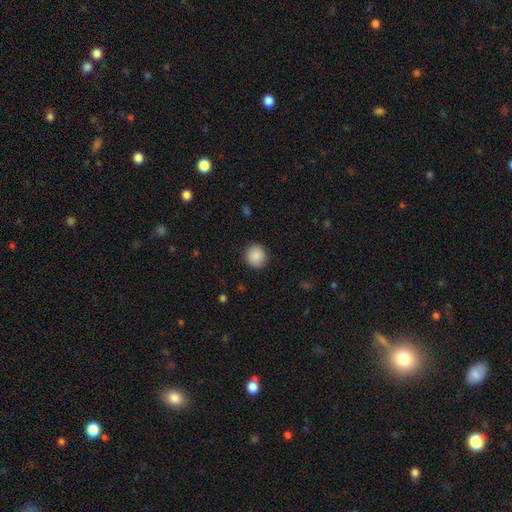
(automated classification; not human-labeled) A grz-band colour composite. It shows a smooth galaxy with no disk features (89%) that is round (89%). Merging: none (89%).